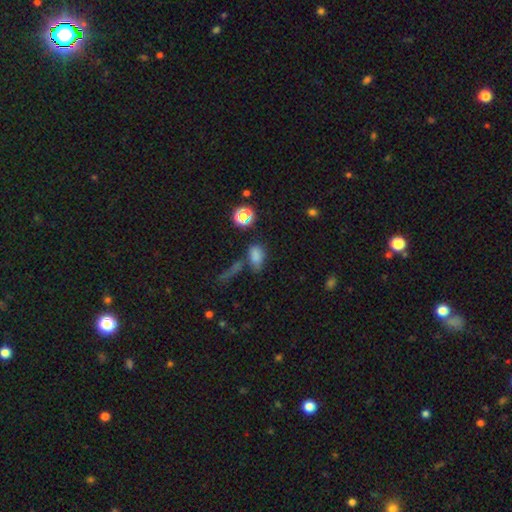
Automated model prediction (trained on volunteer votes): smooth_or_featured: smooth (p=0.71) [alt: star or artifact p=0.20]
how_rounded: in between (p=0.79) [alt: round p=0.16]
merging: none (p=0.50) [alt: merger p=0.23]